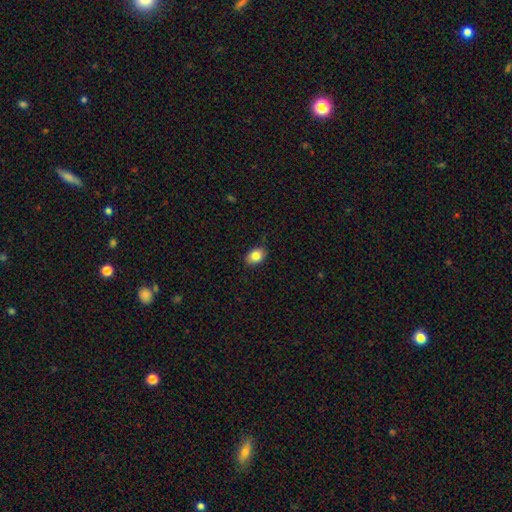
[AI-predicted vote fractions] Smooth or featured: smooth — 83% (featured or disk — 9%)
How rounded: in between — 80% (round — 19%)
Merging: none — 87% (minor disturbance — 10%)